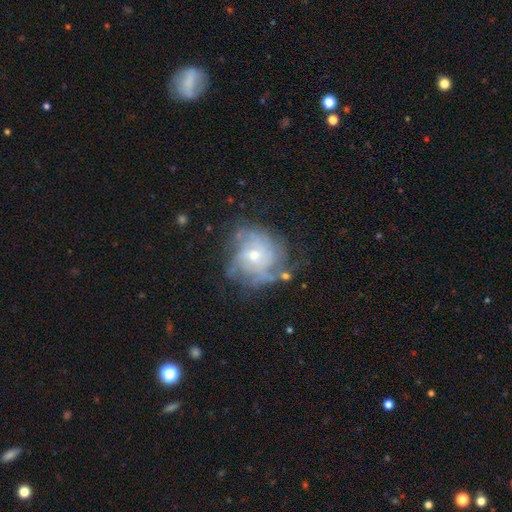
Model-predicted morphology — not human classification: smooth_or_featured: featured or disk (p=0.77) [alt: smooth p=0.15]
disk_edge_on: no (p=0.97) [alt: yes p=0.03]
bar: no (p=0.76) [alt: weak p=0.21]
has_spiral_arms: yes (p=0.86) [alt: no p=0.14]
spiral_winding: tight (p=0.47) [alt: medium p=0.36]
spiral_arm_count: can't tell (p=0.42) [alt: 4 p=0.18]
bulge_size: small (p=0.55) [alt: moderate p=0.41]
merging: none (p=0.60) [alt: minor disturbance p=0.22]